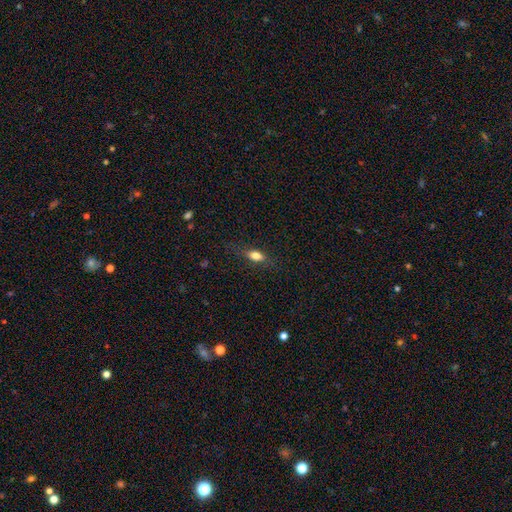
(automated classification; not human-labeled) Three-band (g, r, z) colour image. It shows a smooth galaxy with no disk features (75%) that is in between round and cigar-shaped (73%). Merging: none (79%).